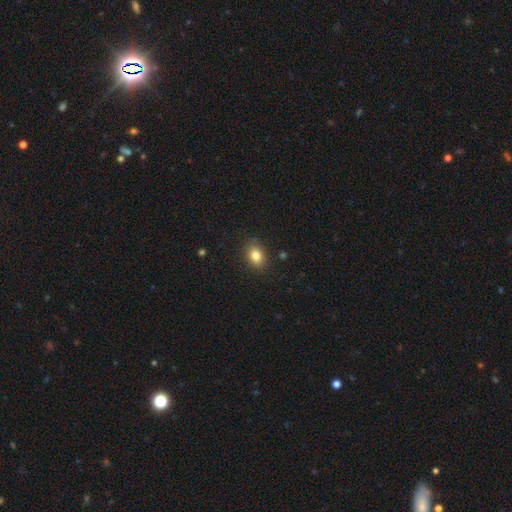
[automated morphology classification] This is clearly a smooth galaxy (83%). How rounded: likely in between (69%). Merging: clearly none (87%).